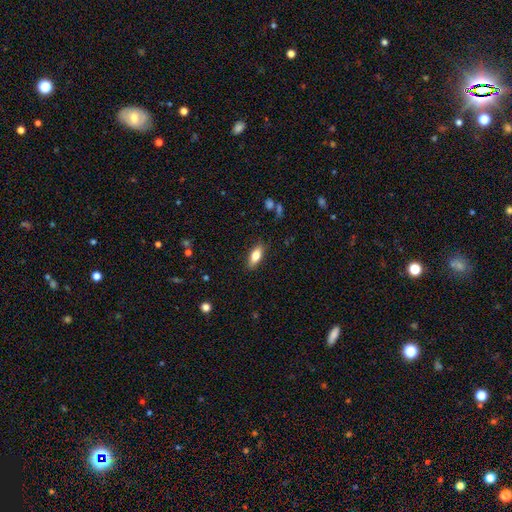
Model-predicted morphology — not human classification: The model was most divided on "how rounded": in between: 76%, cigar-shaped: 21%, round: 3%. More confident: merging — none (86%); smooth or featured — smooth (76%).